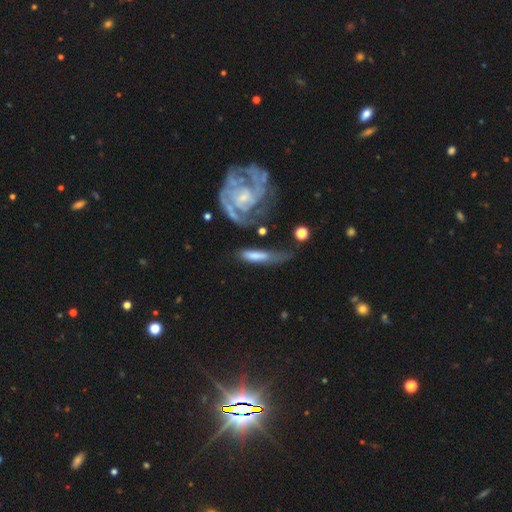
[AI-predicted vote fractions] A smooth galaxy with no disk features (52%) that is cigar-shaped (69%).

Vote fractions:
- Smooth or featured? smooth: 52% / featured or disk: 42% / star or artifact: 6%
- How rounded? cigar-shaped: 69% / in between: 28% / round: 3%
- Merging? none: 45% / minor disturbance: 25% / major disturbance: 18% / merger: 13%